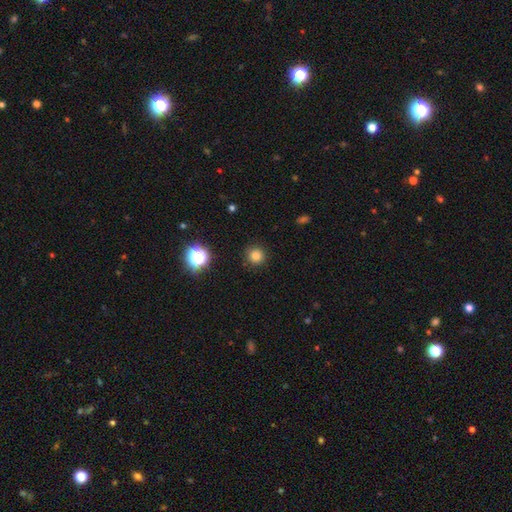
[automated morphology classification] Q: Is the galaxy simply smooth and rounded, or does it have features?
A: smooth — 80%.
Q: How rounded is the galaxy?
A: round — 94%.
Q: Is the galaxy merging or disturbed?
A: none — 90%.